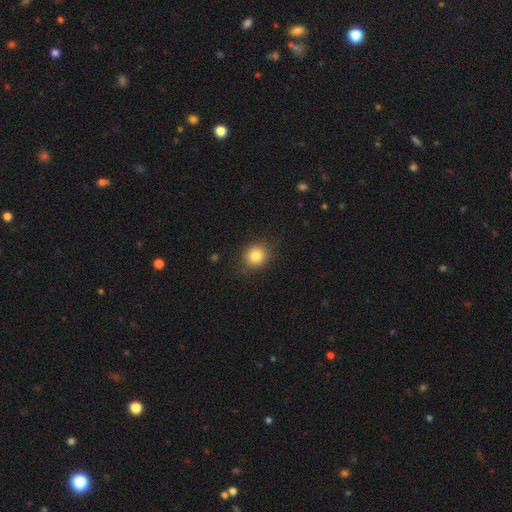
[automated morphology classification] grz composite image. It shows a smooth galaxy with no disk features (83%) that is round (75%). Merging: none (84%).